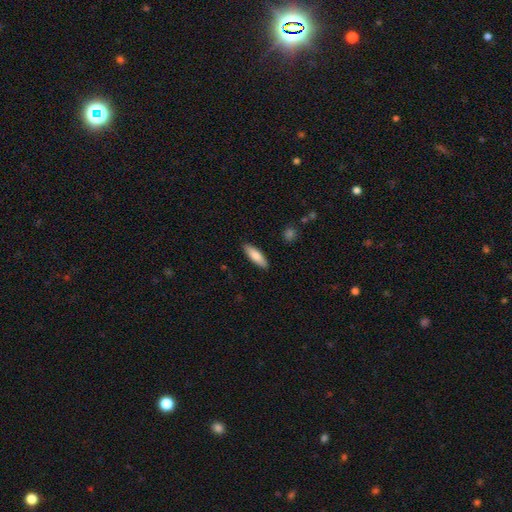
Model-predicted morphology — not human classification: type=smooth (81%); roundness=in between (49%, tied with cigar-shaped); merging=none (89%).